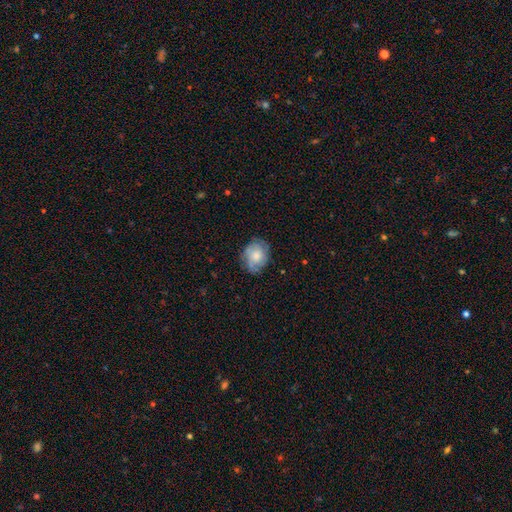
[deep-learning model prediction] This appears to be a smooth galaxy with no disk features (52%) that is in between round and cigar-shaped (55%). Merging: none (70%).